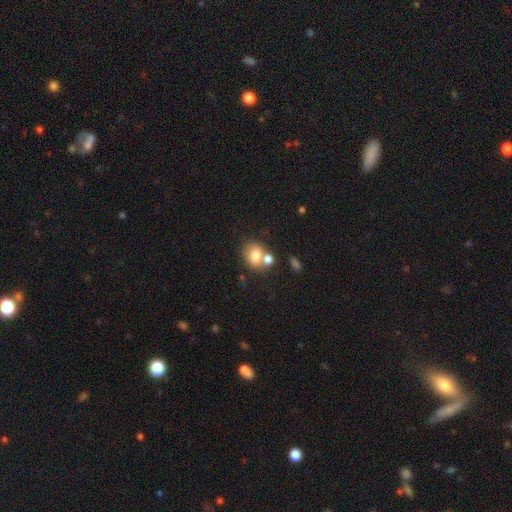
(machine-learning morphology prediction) This is likely a smooth galaxy (75%). How rounded: possibly in between (50%). Merging: marginally none (45%).